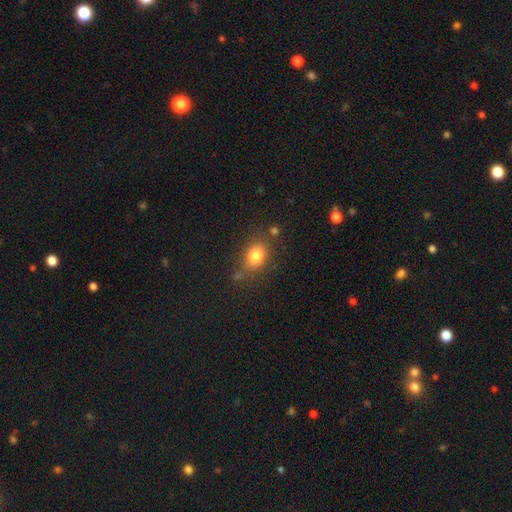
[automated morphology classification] A smooth galaxy with no disk features (80%) that is in between round and cigar-shaped (56%). Merging: none (66%).